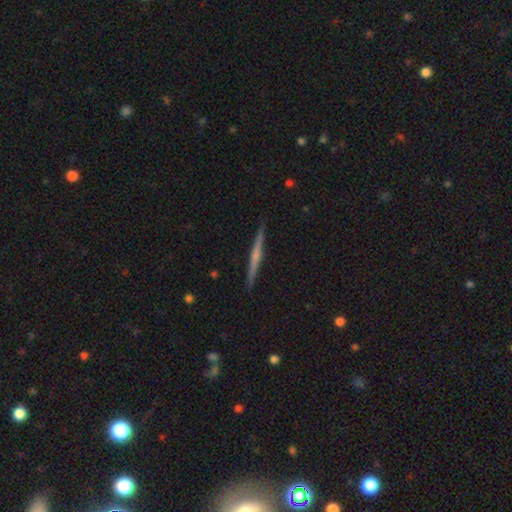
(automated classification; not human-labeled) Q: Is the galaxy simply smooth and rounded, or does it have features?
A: featured or disk — 63%.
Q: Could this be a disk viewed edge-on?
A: yes — 98%.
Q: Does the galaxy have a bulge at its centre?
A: none — 49%.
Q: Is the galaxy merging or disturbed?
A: none — 91%.